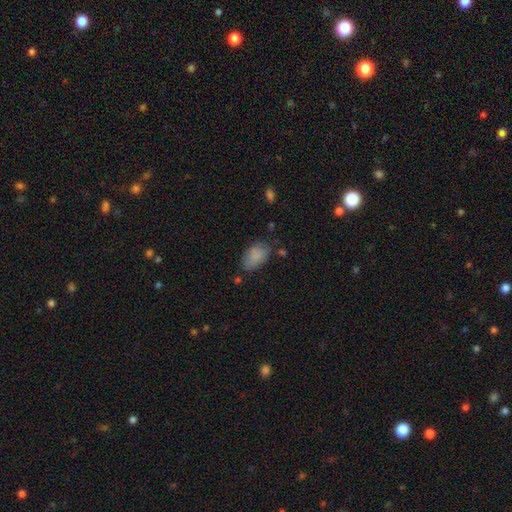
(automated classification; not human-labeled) Smooth or featured: smooth — 86% (star or artifact — 8%)
How rounded: in between — 91% (round — 7%)
Merging: none — 69% (minor disturbance — 22%)